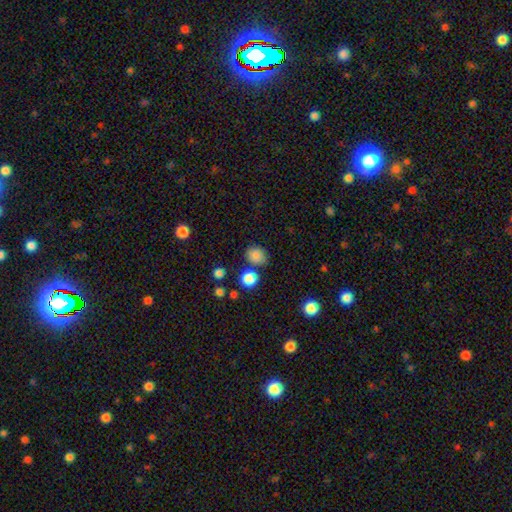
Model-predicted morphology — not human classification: Q: Smooth or featured?
A: smooth (84%); runner-up: star or artifact (12%)
Q: How rounded?
A: round (68%); runner-up: in between (31%)
Q: Merging?
A: none (73%); runner-up: minor disturbance (13%)